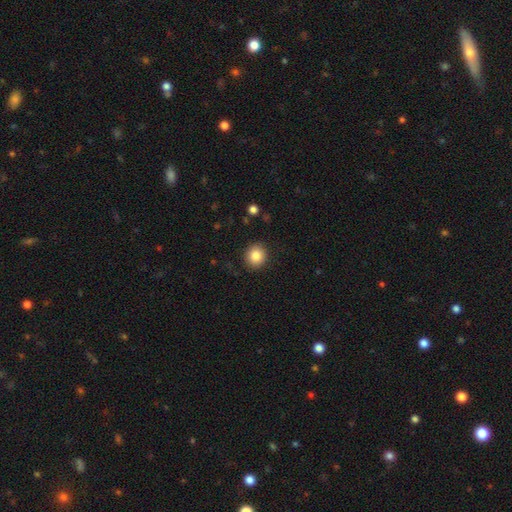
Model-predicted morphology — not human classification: Smooth or featured?
  - smooth: 84% *
  - star or artifact: 9%
  - featured or disk: 6%
How rounded?
  - round: 85% *
  - in between: 14%
  - cigar-shaped: 1%
Merging?
  - none: 89% *
  - minor disturbance: 7%
  - major disturbance: 2%
  - merger: 1%